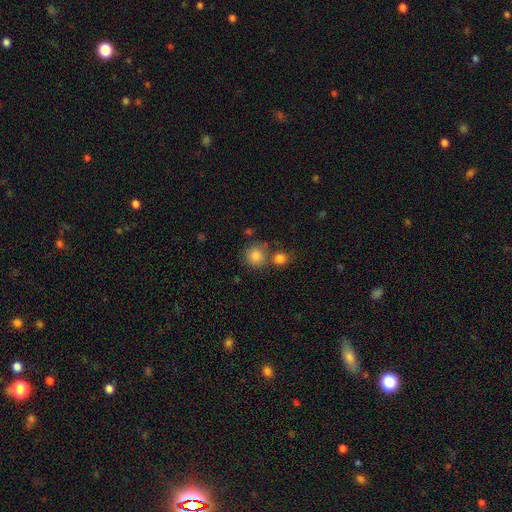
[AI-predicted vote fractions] Smooth or featured: smooth — 83% (star or artifact — 10%)
How rounded: round — 90% (in between — 9%)
Merging: none — 64% (merger — 22%)